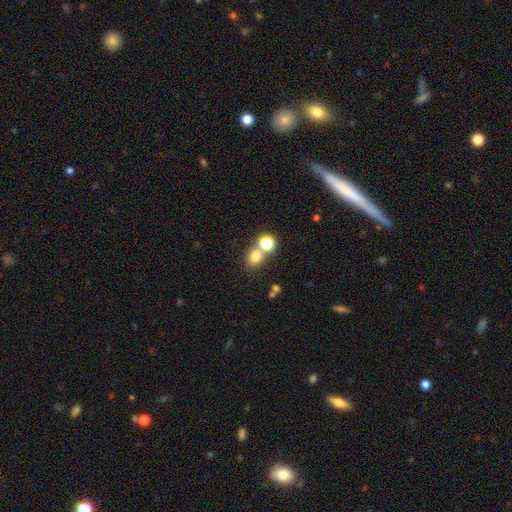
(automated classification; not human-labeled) Overall: smooth (73%). How rounded: round (64%; in between 35%). Merging: none (56%; merger 31%).